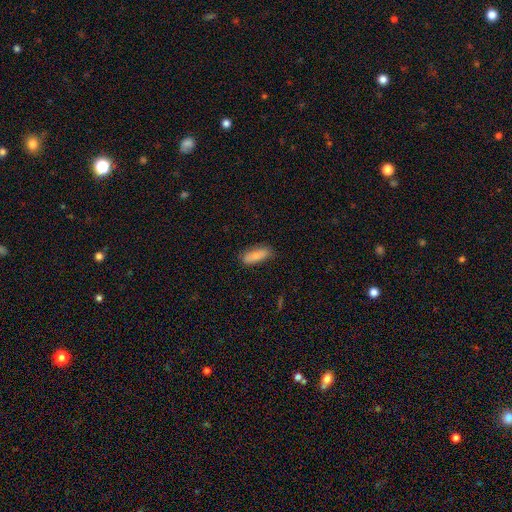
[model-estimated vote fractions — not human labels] smooth_or_featured: smooth (p=0.84) [alt: featured or disk p=0.10]
how_rounded: in between (p=0.65) [alt: cigar-shaped p=0.33]
merging: none (p=0.82) [alt: minor disturbance p=0.14]